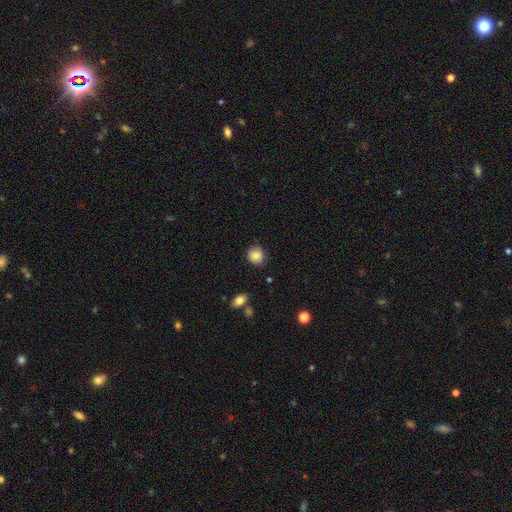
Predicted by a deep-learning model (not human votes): Smooth or featured? Predicted: smooth (p=0.83). How rounded? Predicted: round (p=0.86). Merging? Predicted: none (p=0.87).